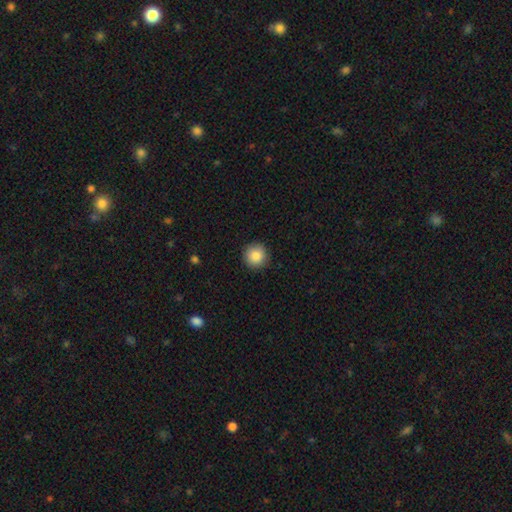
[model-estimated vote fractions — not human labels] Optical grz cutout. It shows a smooth galaxy with no disk features (87%) that is round (95%). Merging: none (92%).